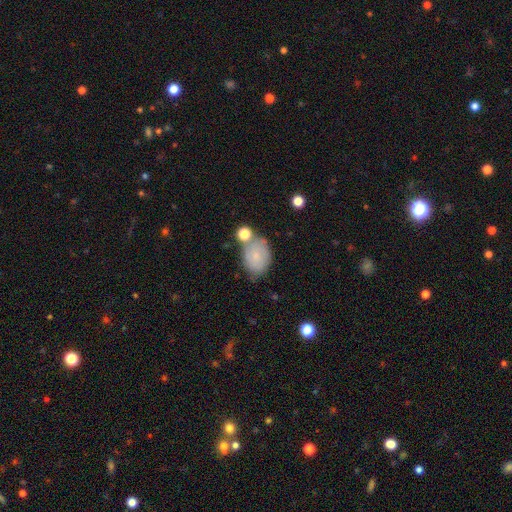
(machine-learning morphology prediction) This appears to be a smooth galaxy with no disk features (73%) that is in between round and cigar-shaped (74%). Merging: none (54%).